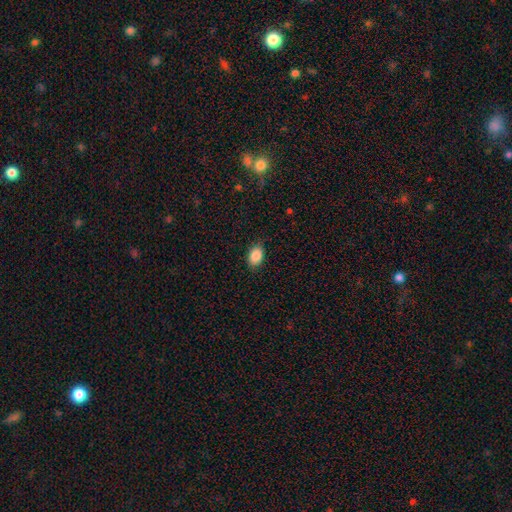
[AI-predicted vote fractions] Smooth or featured: smooth — 88% (star or artifact — 8%)
How rounded: in between — 86% (round — 13%)
Merging: none — 86% (minor disturbance — 11%)